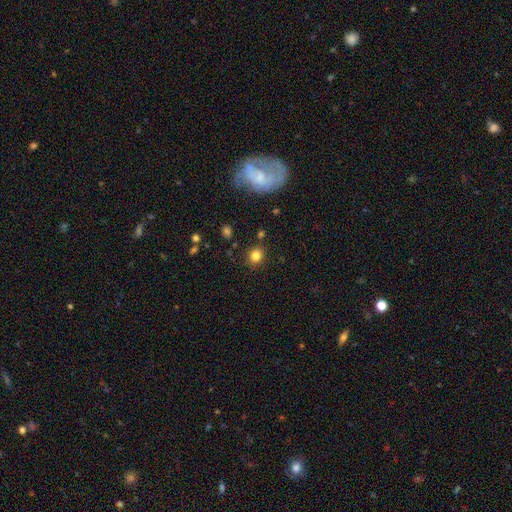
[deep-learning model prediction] The model was most divided on "how rounded": round: 80%, in between: 19%, cigar-shaped: 1%. More confident: merging — none (86%); smooth or featured — smooth (82%).